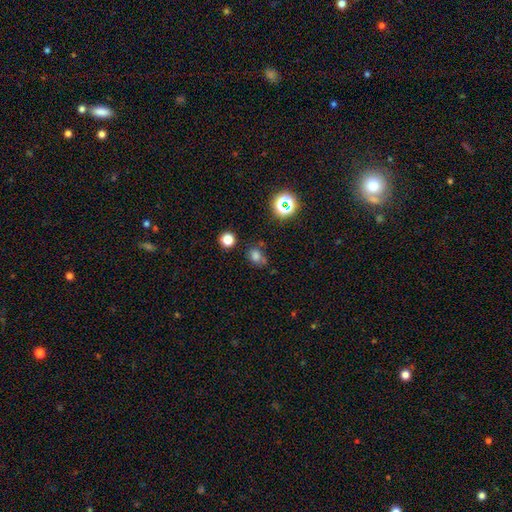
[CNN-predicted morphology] A smooth galaxy with no disk features (69%) that is round (57%).

Vote fractions:
- Smooth or featured? smooth: 69% / star or artifact: 23% / featured or disk: 9%
- How rounded? round: 57% / in between: 42% / cigar-shaped: 1%
- Merging? none: 60% / minor disturbance: 21% / merger: 11% / major disturbance: 8%